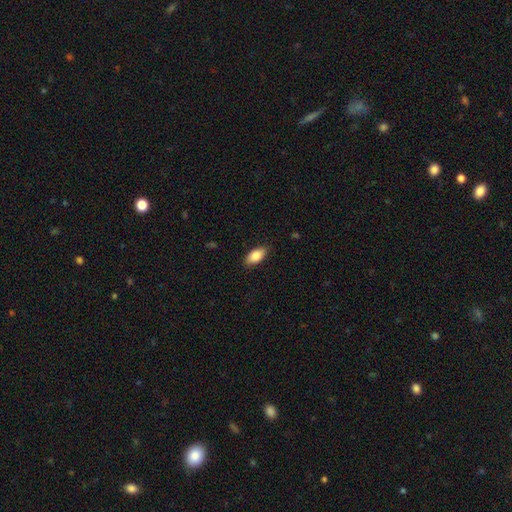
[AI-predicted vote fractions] Morphology: type=smooth (84%); roundness=in between (90%); merging=none (87%).